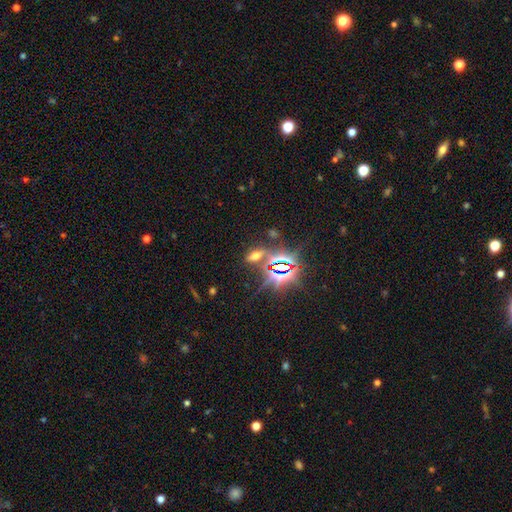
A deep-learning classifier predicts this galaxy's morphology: Smooth or featured? star or artifact (52%)